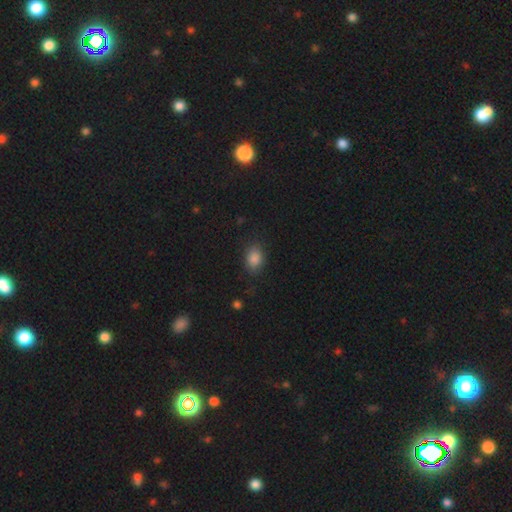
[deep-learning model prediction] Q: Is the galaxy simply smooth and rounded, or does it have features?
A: smooth — 82%.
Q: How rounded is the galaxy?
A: in between — 70%.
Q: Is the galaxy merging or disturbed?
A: none — 83%.